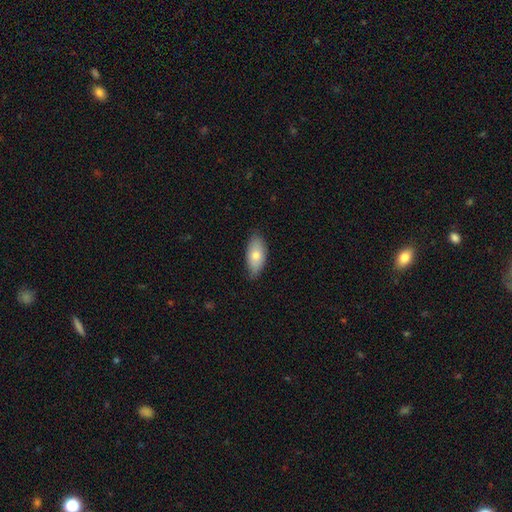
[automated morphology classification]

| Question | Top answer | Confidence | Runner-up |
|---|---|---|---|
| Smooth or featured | smooth | 76% | featured or disk (18%) |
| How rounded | in between | 91% | cigar-shaped (6%) |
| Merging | none | 78% | minor disturbance (19%) |